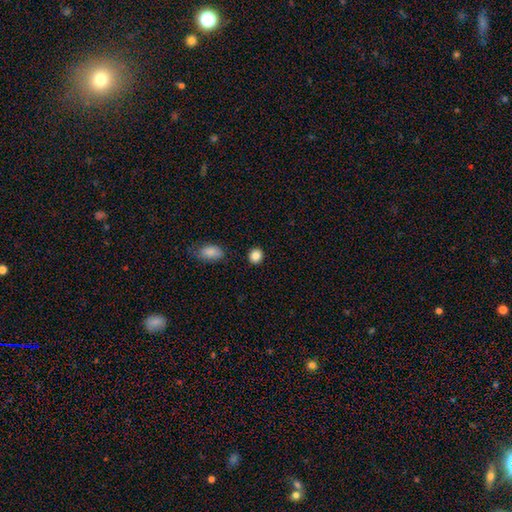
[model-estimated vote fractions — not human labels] Q: Smooth or featured?
A: smooth (86%); runner-up: star or artifact (9%)
Q: How rounded?
A: round (81%); runner-up: in between (18%)
Q: Merging?
A: none (88%); runner-up: minor disturbance (7%)